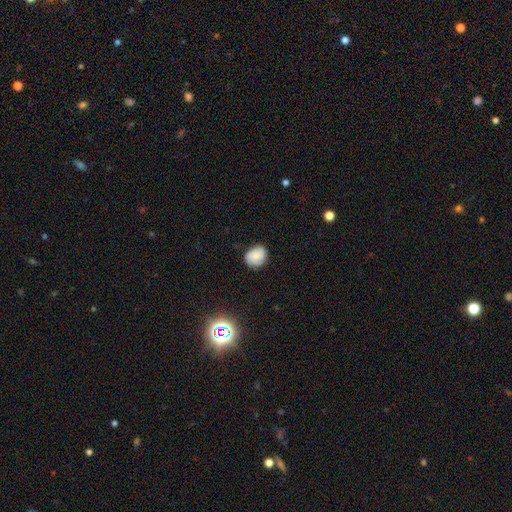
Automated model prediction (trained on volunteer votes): A smooth galaxy with no disk features (68%) that is round (64%).

Vote fractions:
- Smooth or featured? smooth: 68% / featured or disk: 22% / star or artifact: 10%
- How rounded? round: 64% / in between: 35% / cigar-shaped: 1%
- Merging? none: 73% / minor disturbance: 22% / major disturbance: 4% / merger: 1%